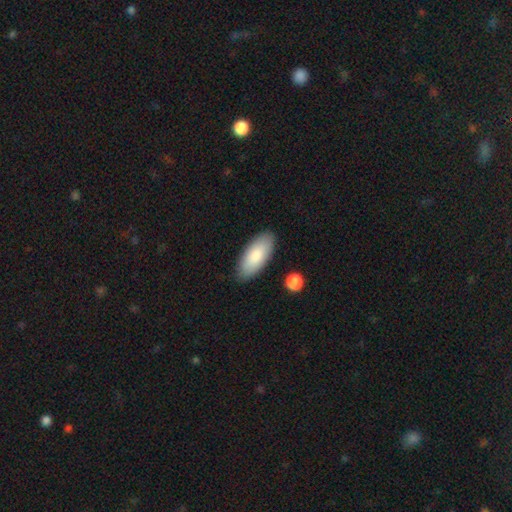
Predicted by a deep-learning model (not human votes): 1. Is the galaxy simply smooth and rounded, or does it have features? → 83% smooth, 12% featured or disk, 5% star or artifact.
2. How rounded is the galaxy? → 88% in between, 10% cigar-shaped, 2% round.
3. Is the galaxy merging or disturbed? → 85% none, 11% minor disturbance, 2% major disturbance, 2% merger.